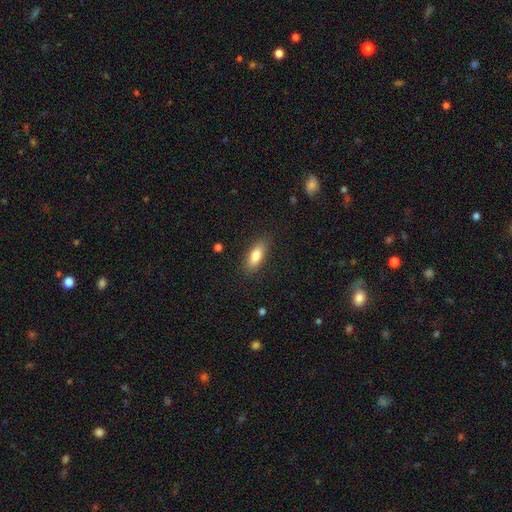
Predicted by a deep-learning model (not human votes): A smooth galaxy with no disk features (79%) that is in between round and cigar-shaped (69%). Merging: none (86%).